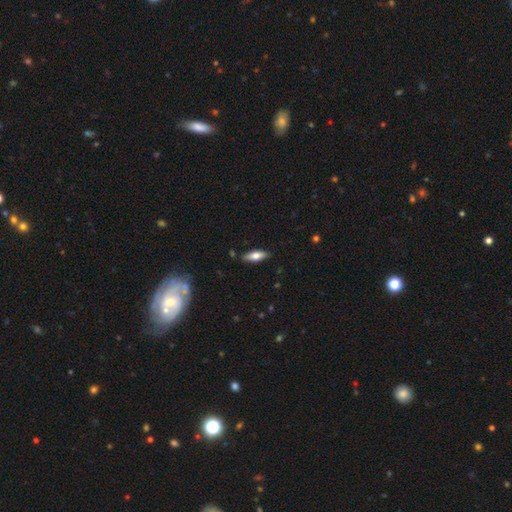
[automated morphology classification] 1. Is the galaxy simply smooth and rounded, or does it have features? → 68% smooth, 26% featured or disk, 6% star or artifact.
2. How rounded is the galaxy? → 63% in between, 34% cigar-shaped, 2% round.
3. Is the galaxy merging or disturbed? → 85% none, 11% minor disturbance, 2% major disturbance, 1% merger.